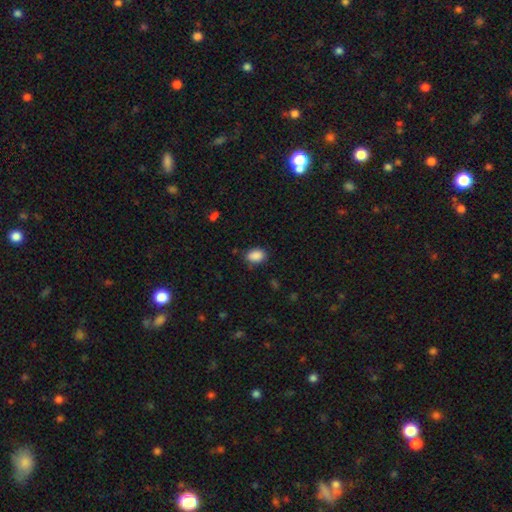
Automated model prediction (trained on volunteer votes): A smooth galaxy with no disk features (89%) that is in between round and cigar-shaped (78%). Merging: none (81%).